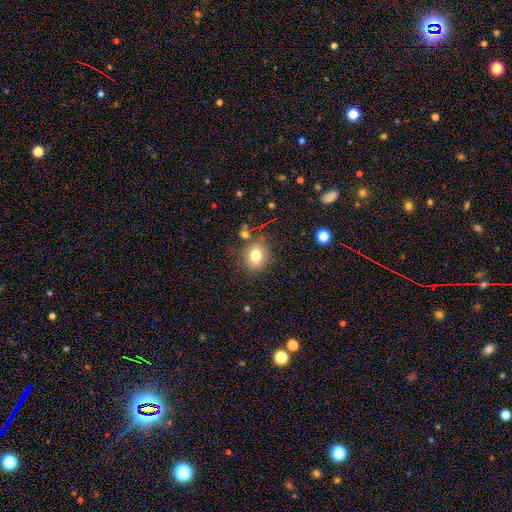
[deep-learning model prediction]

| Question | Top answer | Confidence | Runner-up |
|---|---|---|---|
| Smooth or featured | smooth | 78% | star or artifact (12%) |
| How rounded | round | 69% | in between (31%) |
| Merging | none | 79% | minor disturbance (12%) |